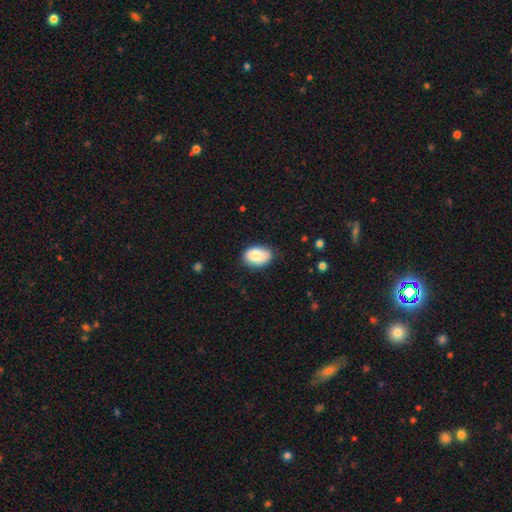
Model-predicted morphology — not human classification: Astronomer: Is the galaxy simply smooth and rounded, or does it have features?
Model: smooth — 86%.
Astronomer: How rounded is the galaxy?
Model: in between — 88%.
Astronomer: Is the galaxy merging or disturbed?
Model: none — 78%.